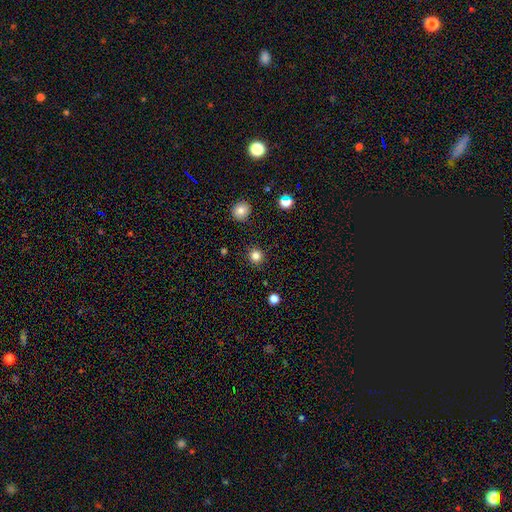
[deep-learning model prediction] A smooth galaxy with no disk features (83%) that is round (93%). Merging: none (90%).